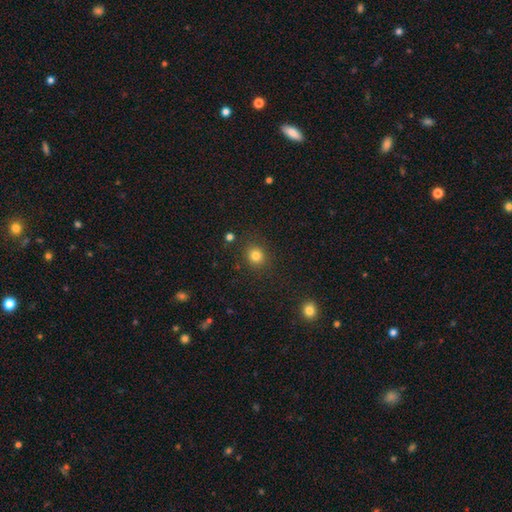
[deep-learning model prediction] smooth_or_featured: smooth (p=0.81) [alt: star or artifact p=0.13]
how_rounded: round (p=0.84) [alt: in between p=0.15]
merging: none (p=0.87) [alt: minor disturbance p=0.08]